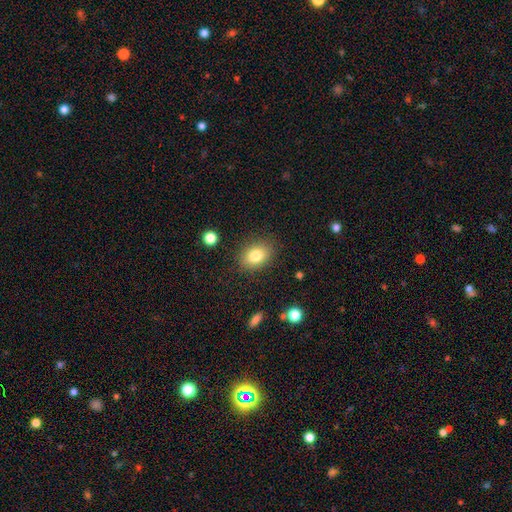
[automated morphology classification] A smooth galaxy with no disk features (81%) that is in between round and cigar-shaped (73%).

Vote fractions:
- Smooth or featured? smooth: 81% / star or artifact: 9% / featured or disk: 9%
- How rounded? in between: 73% / round: 25% / cigar-shaped: 1%
- Merging? none: 84% / minor disturbance: 11% / major disturbance: 3% / merger: 2%